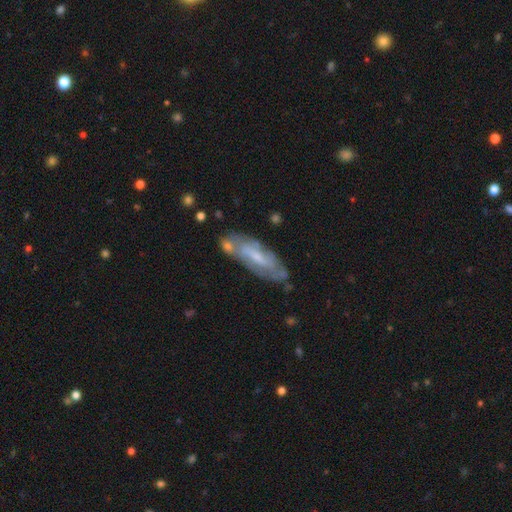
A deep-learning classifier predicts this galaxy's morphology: Smooth or featured?
  - featured or disk: 66% *
  - smooth: 27%
  - star or artifact: 7%
Edge-on disk?
  - no: 78% *
  - yes: 22%
Bar?
  - weak: 46% *
  - no: 36%
  - strong: 18%
Spiral arms?
  - yes: 73% *
  - no: 27%
Bulge size?
  - small: 52% *
  - moderate: 34%
  - none: 10%
  - large: 3%
  - dominant: 1%
Merging?
  - none: 66% *
  - minor disturbance: 19%
  - merger: 9%
  - major disturbance: 6%